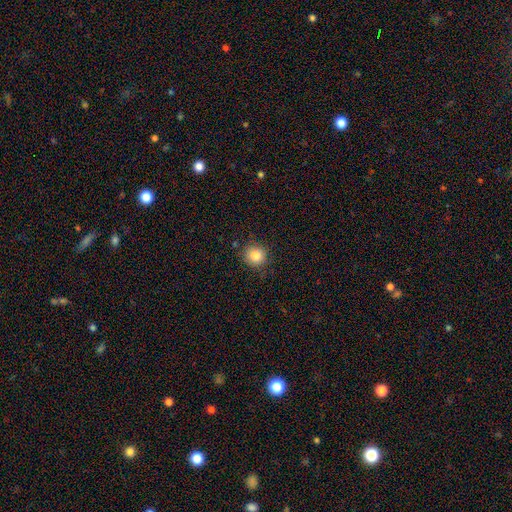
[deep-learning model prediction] Smooth or featured: smooth — 84% (star or artifact — 10%)
How rounded: round — 91% (in between — 8%)
Merging: none — 85% (minor disturbance — 11%)